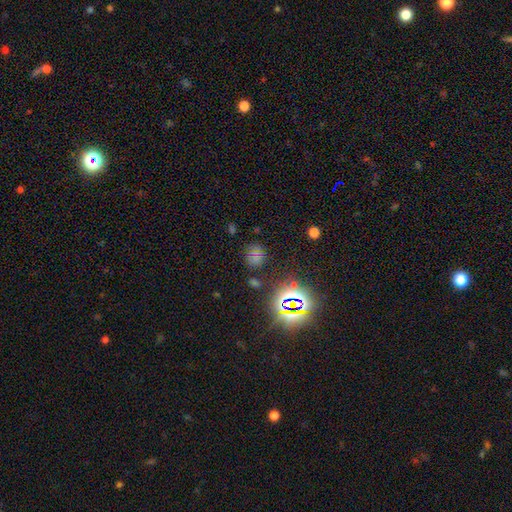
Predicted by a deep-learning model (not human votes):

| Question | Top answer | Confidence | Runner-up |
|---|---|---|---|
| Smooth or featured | smooth | 52% | star or artifact (39%) |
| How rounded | round | 73% | in between (26%) |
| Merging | none | 73% | minor disturbance (15%) |